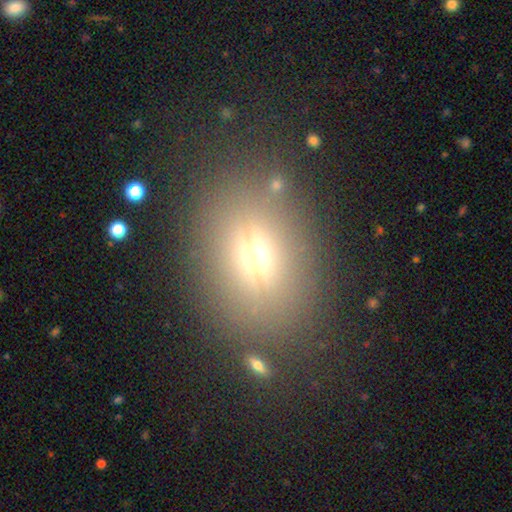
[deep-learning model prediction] Overall: smooth (50%; featured or disk 30%). Merging: none (79%).